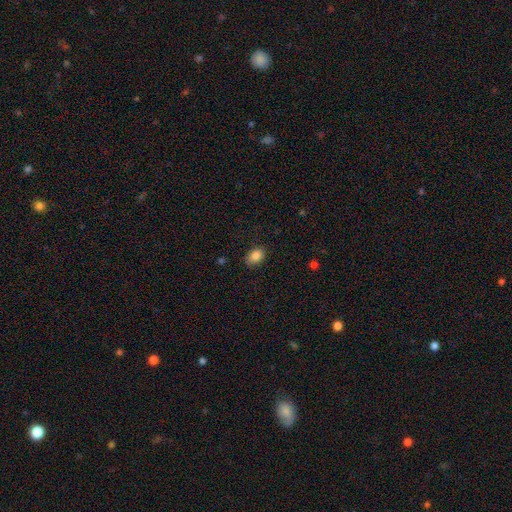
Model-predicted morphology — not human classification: smooth 86%, star or artifact 9%, featured or disk 6%. Down the decision tree: how rounded — in between (81%); merging — none (83%).